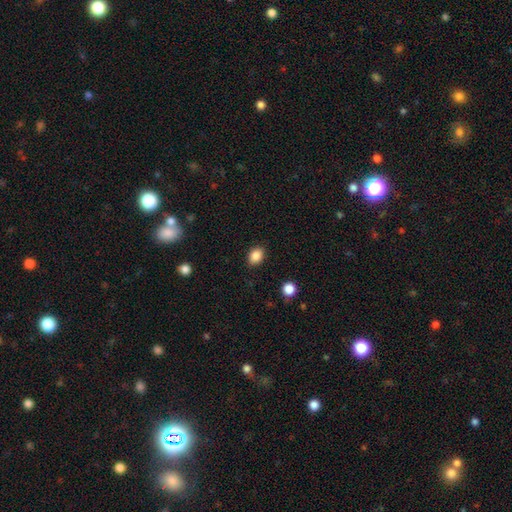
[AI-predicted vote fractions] Morphology: type=smooth (87%); roundness=in between (66%); merging=none (88%).